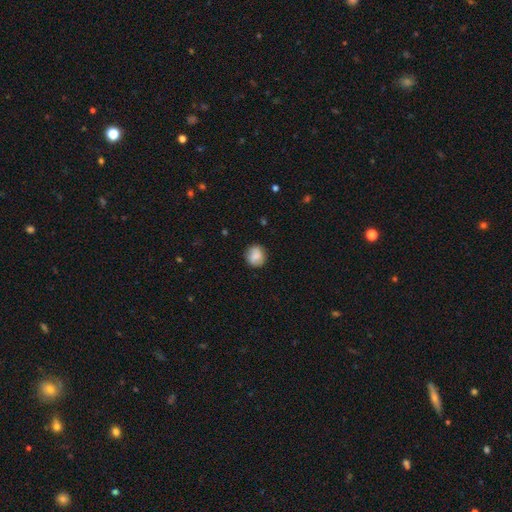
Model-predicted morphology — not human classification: A smooth galaxy with no disk features (75%) that is round (85%). Merging: none (84%).